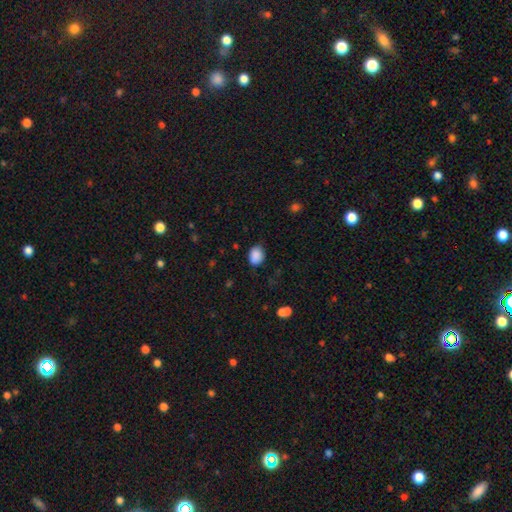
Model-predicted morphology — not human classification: smooth-or-featured: smooth: 89% | star or artifact: 8% | featured or disk: 3%
  how-rounded: in between: 58% | round: 41% | cigar-shaped: 1%
  merging: none: 79% | minor disturbance: 16% | major disturbance: 3% | merger: 1%